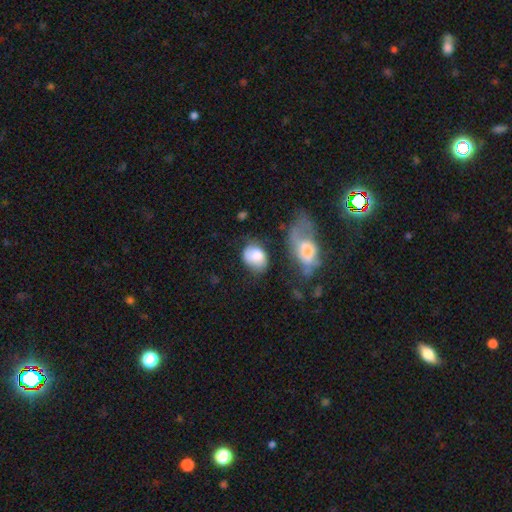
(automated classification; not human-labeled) Q: Smooth or featured?
A: smooth (77%); runner-up: featured or disk (16%)
Q: How rounded?
A: in between (62%); runner-up: round (37%)
Q: Merging?
A: none (39%); runner-up: minor disturbance (27%)